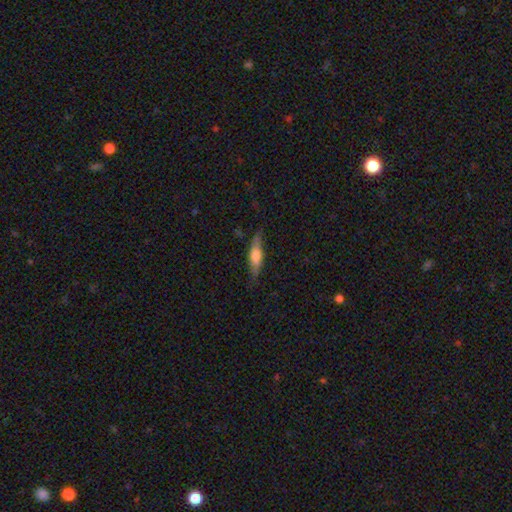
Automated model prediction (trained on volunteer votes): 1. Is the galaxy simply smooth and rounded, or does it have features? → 54% smooth, 40% featured or disk, 6% star or artifact.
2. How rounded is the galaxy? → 60% cigar-shaped, 38% in between, 2% round.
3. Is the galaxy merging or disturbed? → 73% none, 21% minor disturbance, 5% major disturbance, 1% merger.